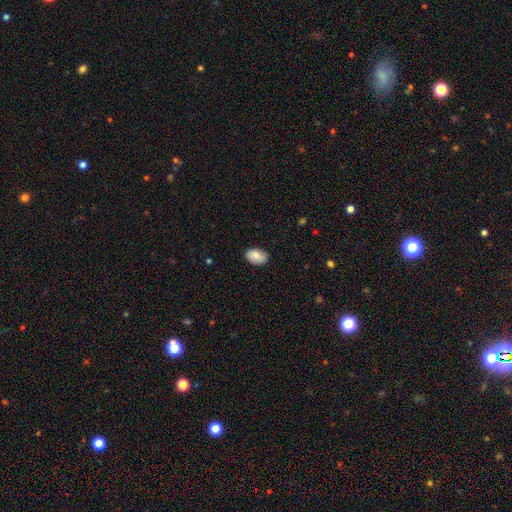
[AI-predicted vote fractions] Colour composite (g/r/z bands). It shows a smooth galaxy with no disk features (84%) that is in between round and cigar-shaped (90%). Merging: none (84%).